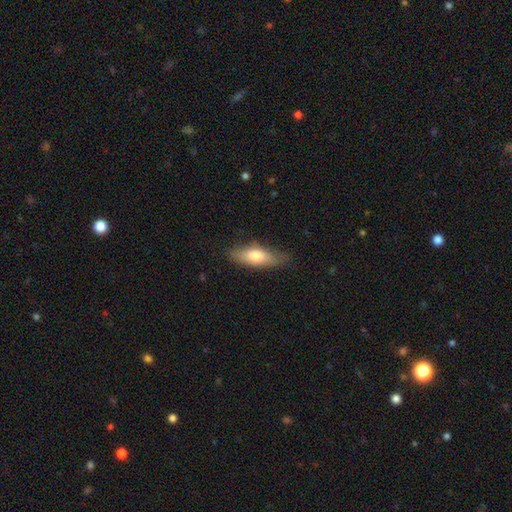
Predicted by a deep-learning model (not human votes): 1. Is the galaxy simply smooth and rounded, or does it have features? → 71% smooth, 23% featured or disk, 6% star or artifact.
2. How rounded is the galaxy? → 65% in between, 33% cigar-shaped, 3% round.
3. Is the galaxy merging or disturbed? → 71% none, 23% minor disturbance, 5% major disturbance, 1% merger.